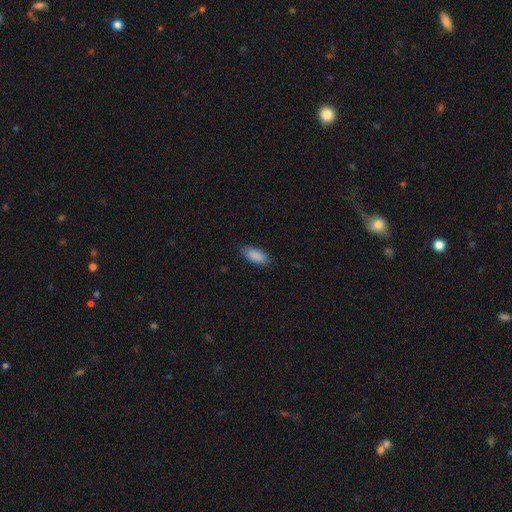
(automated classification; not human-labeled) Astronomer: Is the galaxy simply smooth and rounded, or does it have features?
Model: smooth — 90%.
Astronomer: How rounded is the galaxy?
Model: in between — 84%.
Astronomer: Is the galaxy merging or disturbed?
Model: none — 83%.